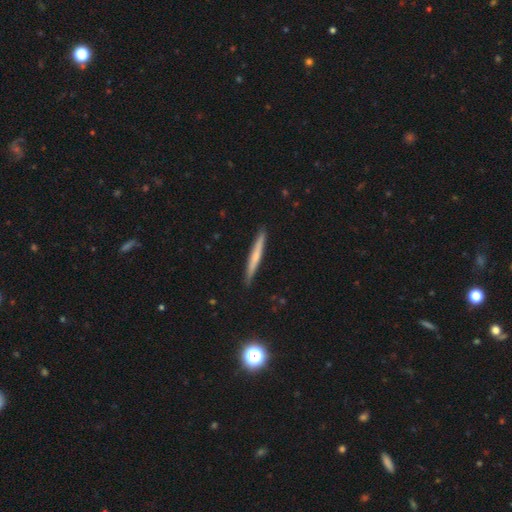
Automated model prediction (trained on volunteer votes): Smooth or featured?
  - smooth: 53% *
  - featured or disk: 41%
  - star or artifact: 6%
How rounded?
  - cigar-shaped: 96% *
  - in between: 2%
  - round: 1%
Merging?
  - none: 91% *
  - minor disturbance: 7%
  - major disturbance: 1%
  - merger: 1%